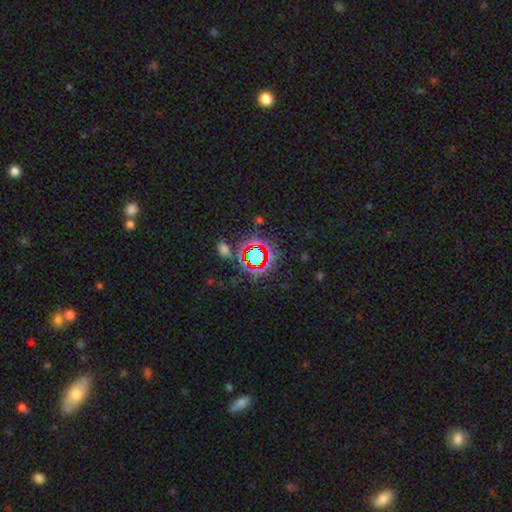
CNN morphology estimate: A star or artifact, not a galaxy (67%).